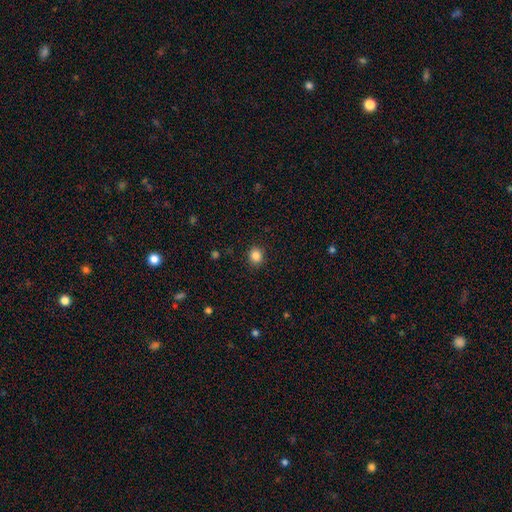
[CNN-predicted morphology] Q: Smooth or featured?
A: smooth (86%); runner-up: star or artifact (11%)
Q: How rounded?
A: round (80%); runner-up: in between (19%)
Q: Merging?
A: none (90%); runner-up: minor disturbance (7%)